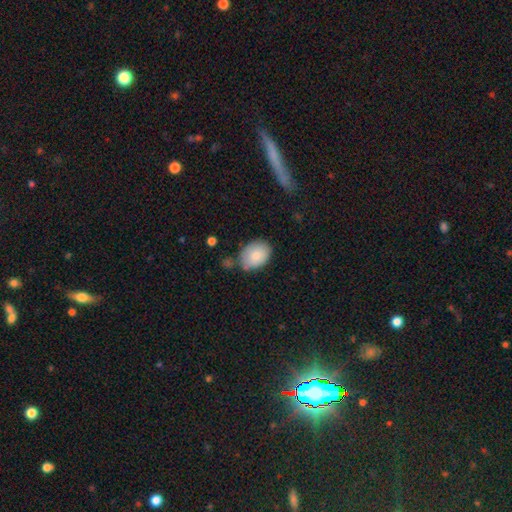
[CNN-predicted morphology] type=smooth (84%); roundness=in between (78%); merging=none (64%).